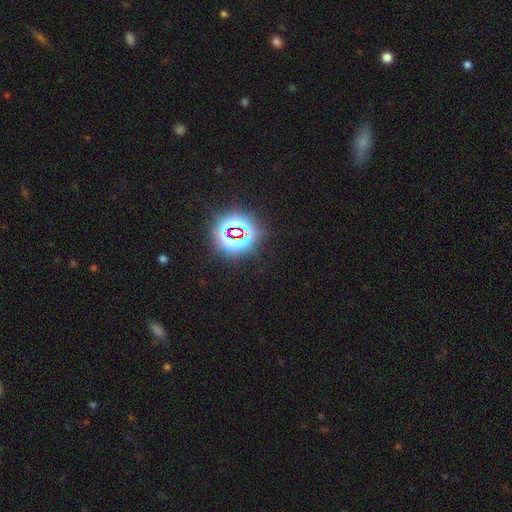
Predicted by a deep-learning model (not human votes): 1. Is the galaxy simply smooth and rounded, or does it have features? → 78% star or artifact, 14% smooth, 8% featured or disk.